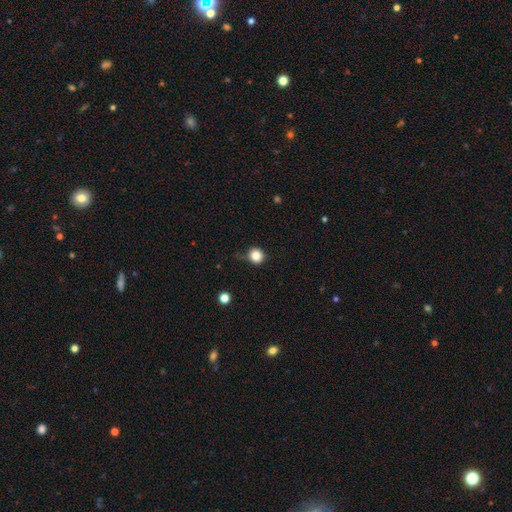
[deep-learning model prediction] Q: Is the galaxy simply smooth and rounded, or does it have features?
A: smooth — 83%.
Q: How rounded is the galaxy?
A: round — 92%.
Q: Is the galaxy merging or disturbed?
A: none — 77%.